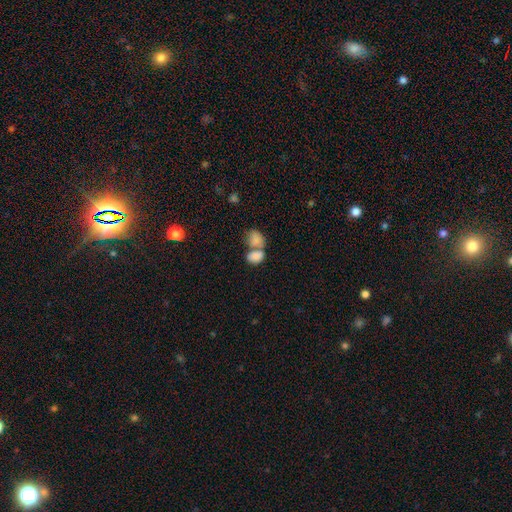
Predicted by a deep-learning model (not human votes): A smooth galaxy with no disk features (80%) that is in between round and cigar-shaped (78%). Merging: merger (66%).